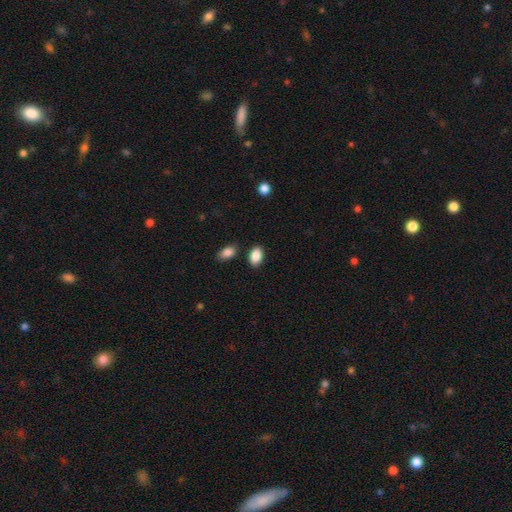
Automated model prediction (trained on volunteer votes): A smooth galaxy with no disk features (89%) that is in between round and cigar-shaped (89%).

Vote fractions:
- Smooth or featured? smooth: 89% / star or artifact: 7% / featured or disk: 4%
- How rounded? in between: 89% / round: 9% / cigar-shaped: 2%
- Merging? none: 84% / minor disturbance: 10% / merger: 4% / major disturbance: 2%